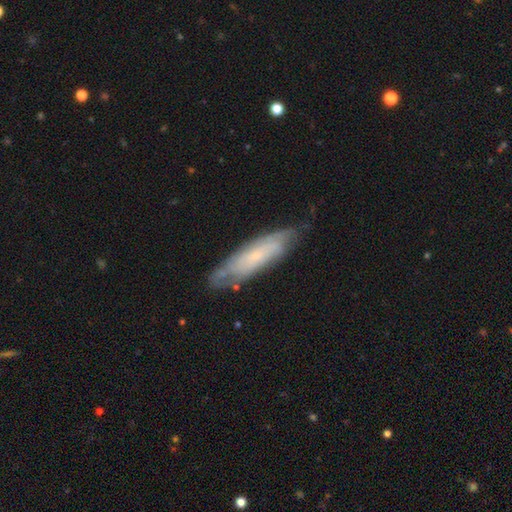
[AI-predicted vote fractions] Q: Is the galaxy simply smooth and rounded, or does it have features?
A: featured or disk — 54%.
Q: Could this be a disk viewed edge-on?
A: no — 63%.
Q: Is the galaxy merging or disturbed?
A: none — 71%.